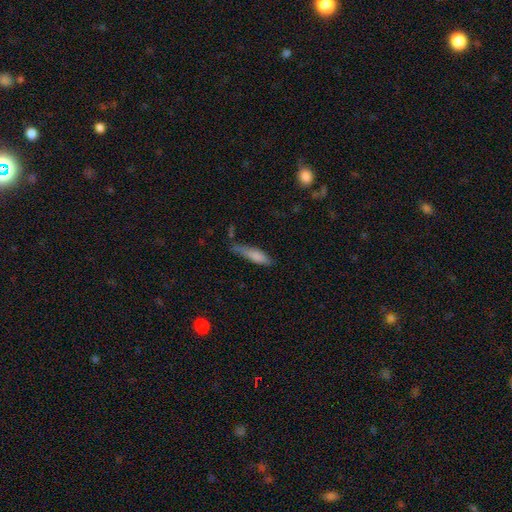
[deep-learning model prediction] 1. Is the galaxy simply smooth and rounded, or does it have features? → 78% smooth, 15% featured or disk, 7% star or artifact.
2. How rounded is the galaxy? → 68% cigar-shaped, 30% in between, 2% round.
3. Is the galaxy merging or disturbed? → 52% none, 33% minor disturbance, 10% major disturbance, 5% merger.